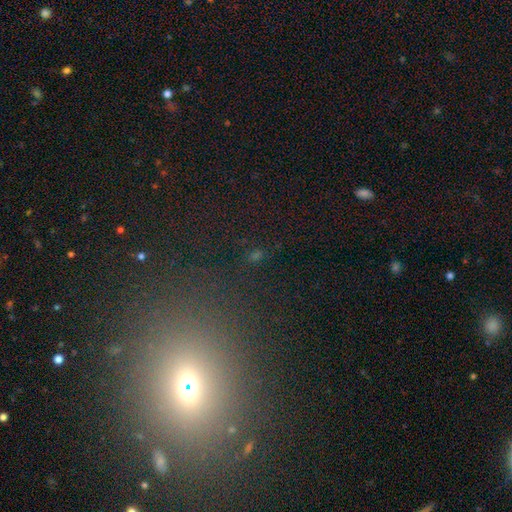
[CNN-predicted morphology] smooth_or_featured: star or artifact (p=0.56) [alt: smooth p=0.33]